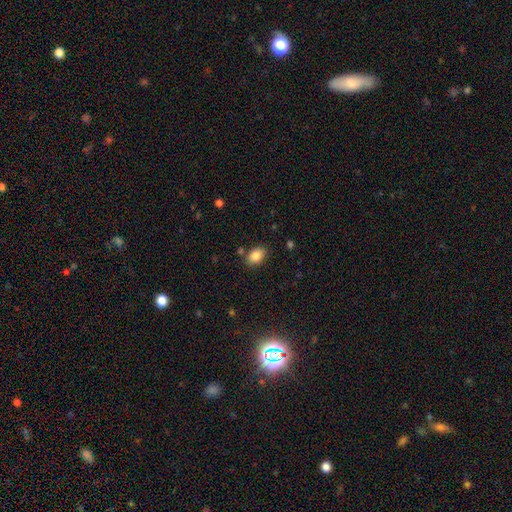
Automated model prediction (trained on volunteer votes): A smooth galaxy with no disk features (86%) that is in between round and cigar-shaped (81%).

Vote fractions:
- Smooth or featured? smooth: 86% / star or artifact: 8% / featured or disk: 6%
- How rounded? in between: 81% / round: 17% / cigar-shaped: 1%
- Merging? none: 80% / minor disturbance: 12% / merger: 5% / major disturbance: 3%